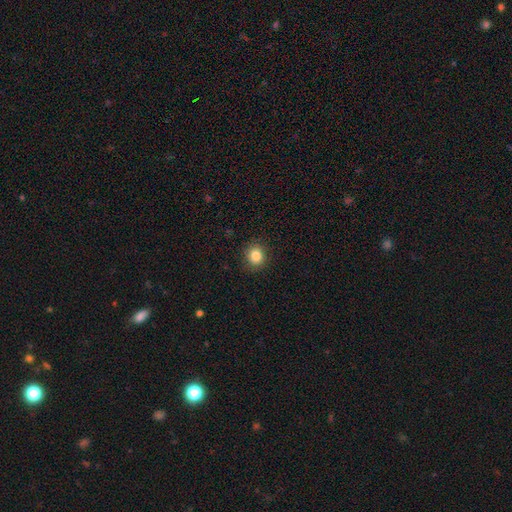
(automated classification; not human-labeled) The model was most divided on "how rounded": round: 80%, in between: 19%, cigar-shaped: 1%. More confident: merging — none (88%); smooth or featured — smooth (84%).